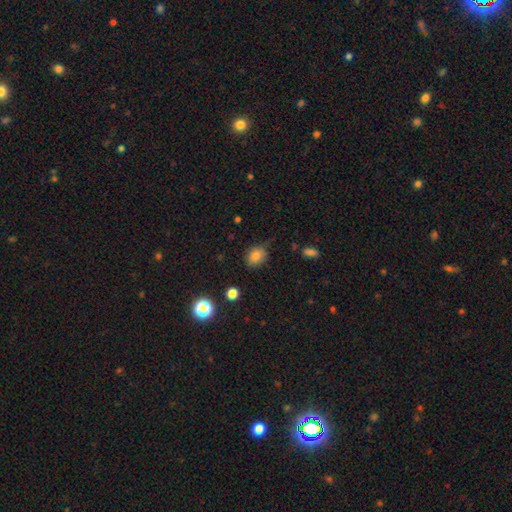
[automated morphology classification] Smooth or featured?
  - smooth: 82% *
  - star or artifact: 12%
  - featured or disk: 7%
How rounded?
  - in between: 55% *
  - round: 44%
  - cigar-shaped: 1%
Merging?
  - none: 73% *
  - minor disturbance: 21%
  - major disturbance: 4%
  - merger: 2%